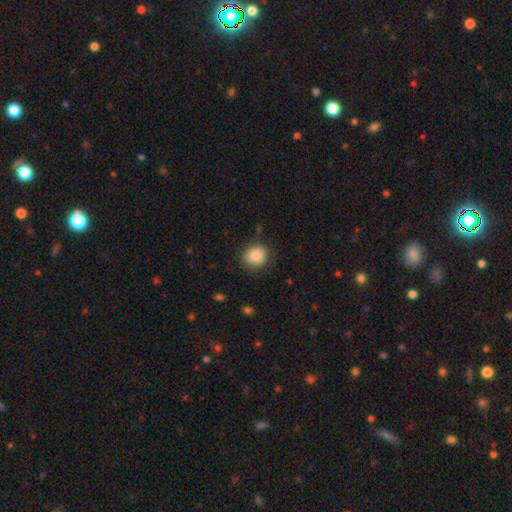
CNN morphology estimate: smooth-or-featured: smooth: 85% | star or artifact: 8% | featured or disk: 7%
  how-rounded: round: 81% | in between: 18% | cigar-shaped: 1%
  merging: none: 81% | minor disturbance: 13% | major disturbance: 4% | merger: 1%